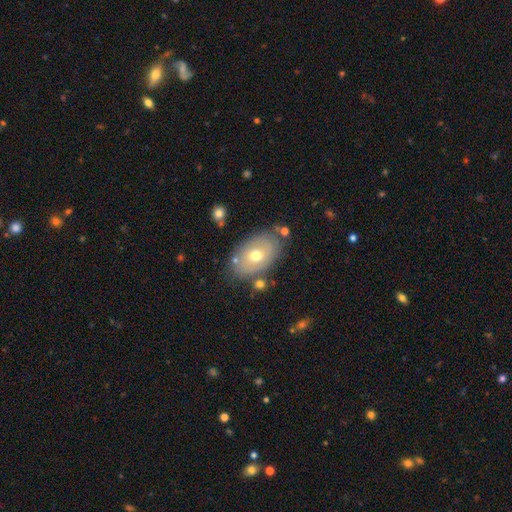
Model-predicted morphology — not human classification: Smooth or featured? smooth (53%)
How rounded? in between (87%)
Merging? none (73%)